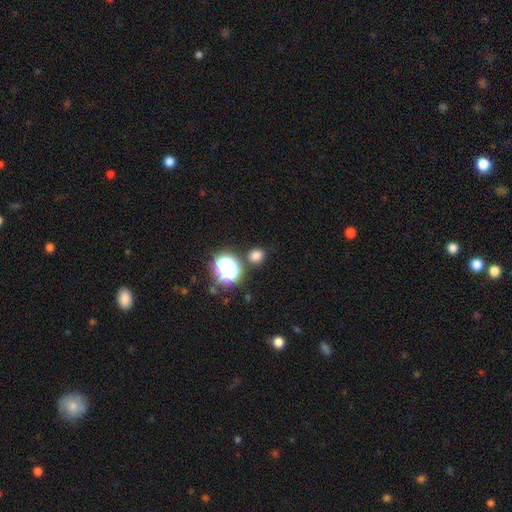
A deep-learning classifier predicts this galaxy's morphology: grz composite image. It shows a smooth galaxy with no disk features (75%) that is round (77%). Merging: none (79%).